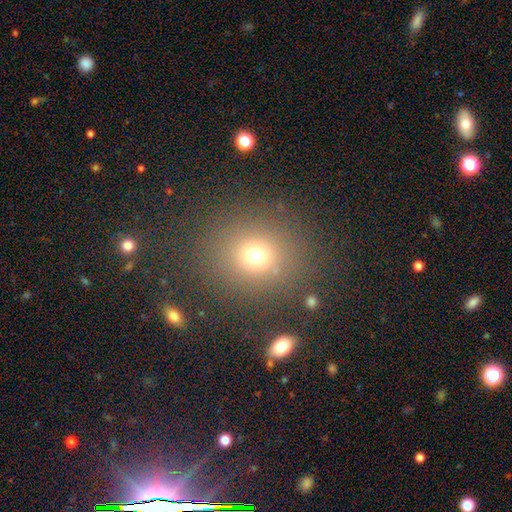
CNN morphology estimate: smooth_or_featured: smooth (p=0.71) [alt: star or artifact p=0.19]
how_rounded: round (p=0.79) [alt: in between p=0.20]
merging: none (p=0.82) [alt: minor disturbance p=0.09]